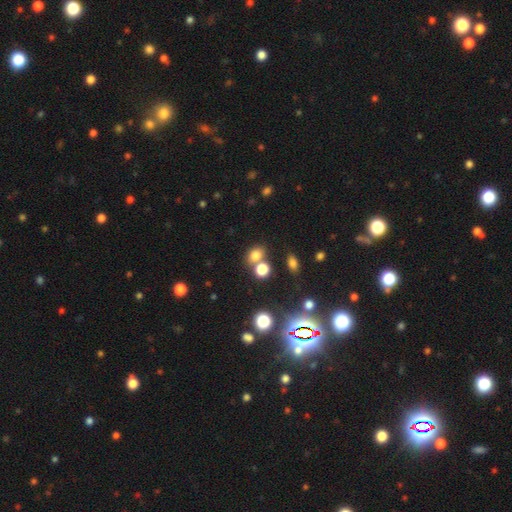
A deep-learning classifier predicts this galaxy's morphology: Overall: smooth (74%). How rounded: round (50%; in between 49%). Merging: none (55%; merger 30%).